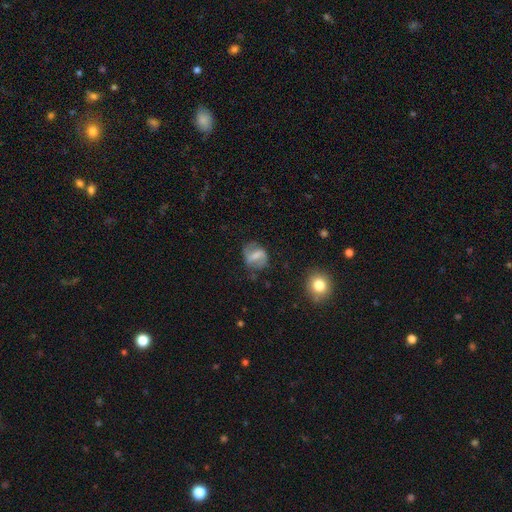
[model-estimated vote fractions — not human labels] The model was most divided on "bulge size": small: 36%, moderate: 34%, none: 22%, large: 6%, dominant: 2%. Remaining: edge-on disk — no (96%); spiral arms — yes (73%); merging — none (68%); smooth or featured — featured or disk (57%); bar — strong (48%).